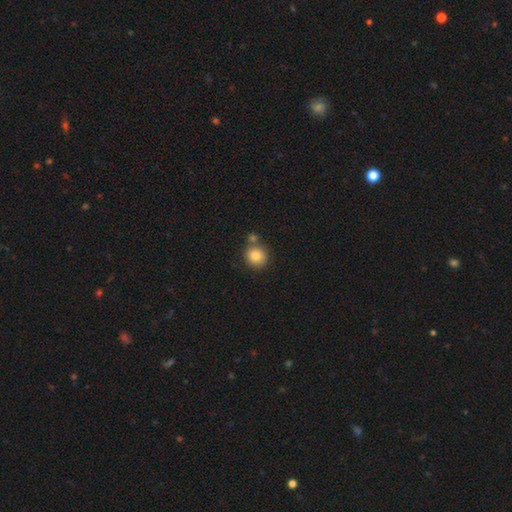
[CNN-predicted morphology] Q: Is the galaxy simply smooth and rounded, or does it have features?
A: smooth — 84%.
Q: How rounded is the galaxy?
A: round — 88%.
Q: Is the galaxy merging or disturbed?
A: none — 65%.